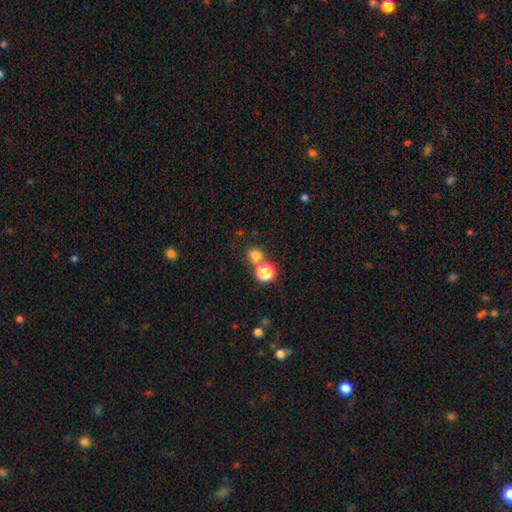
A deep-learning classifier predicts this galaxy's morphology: smooth-or-featured: smooth: 74% | star or artifact: 19% | featured or disk: 7%
  how-rounded: round: 83% | in between: 16% | cigar-shaped: 1%
  merging: none: 61% | merger: 28% | minor disturbance: 8% | major disturbance: 4%